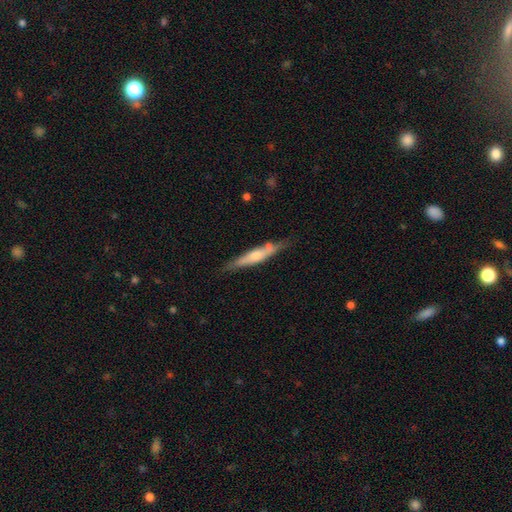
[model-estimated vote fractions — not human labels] Smooth or featured? featured or disk (47%, tied with smooth)
Merging? none (71%)